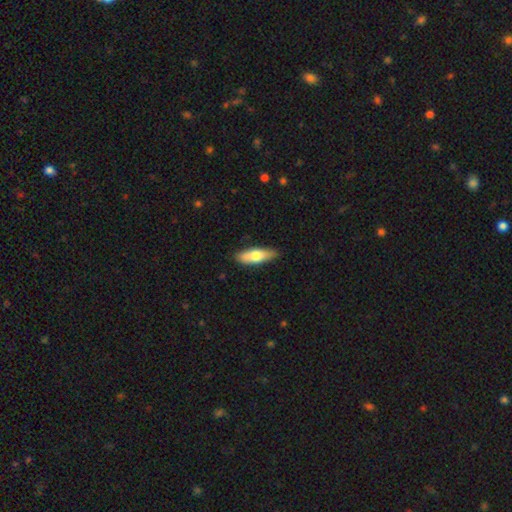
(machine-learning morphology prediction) smooth-or-featured: smooth: 66% | featured or disk: 28% | star or artifact: 5%
  how-rounded: in between: 54% | cigar-shaped: 44% | round: 2%
  merging: none: 84% | minor disturbance: 13% | major disturbance: 2% | merger: 1%